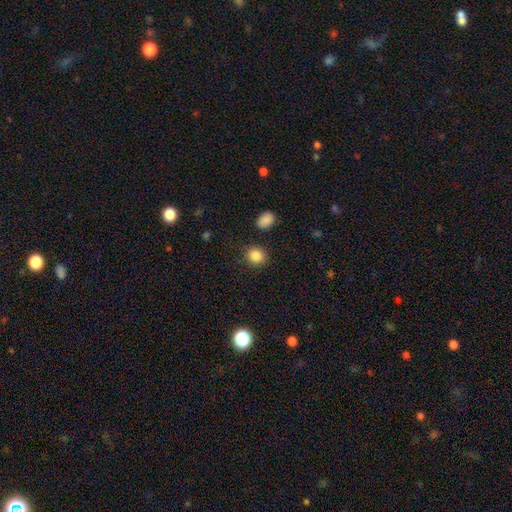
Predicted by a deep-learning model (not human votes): Overall: smooth (86%). How rounded: round (82%). Merging: none (87%).